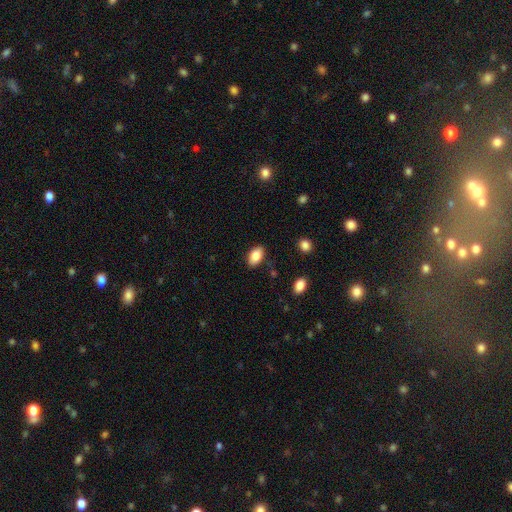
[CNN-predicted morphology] smooth_or_featured: smooth (p=0.86) [alt: star or artifact p=0.07]
how_rounded: in between (p=0.92) [alt: round p=0.06]
merging: none (p=0.85) [alt: minor disturbance p=0.11]